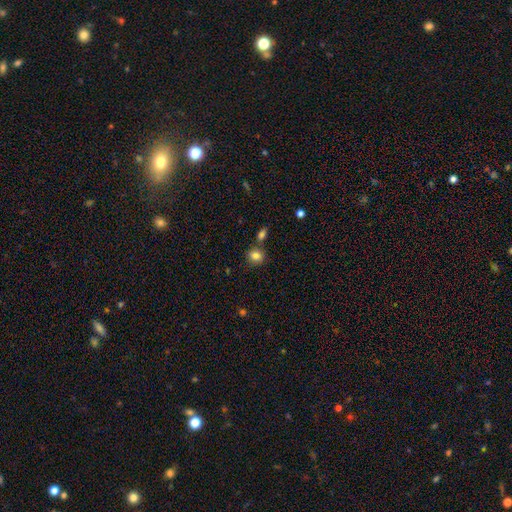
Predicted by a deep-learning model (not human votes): Q: Smooth or featured?
A: smooth (83%); runner-up: star or artifact (10%)
Q: How rounded?
A: round (61%); runner-up: in between (38%)
Q: Merging?
A: none (72%); runner-up: merger (13%)